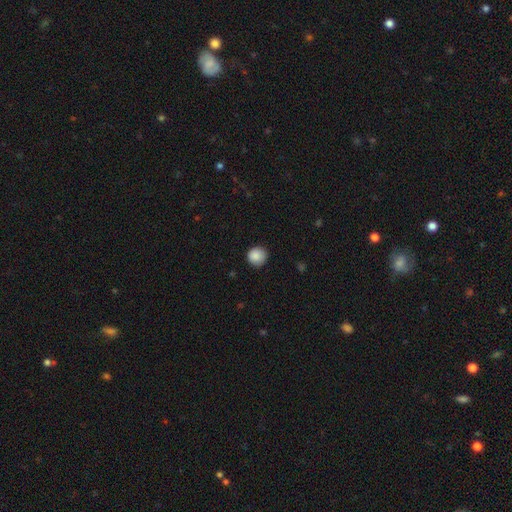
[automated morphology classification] This is clearly a smooth galaxy (88%). How rounded: clearly round (93%). Merging: clearly none (86%).